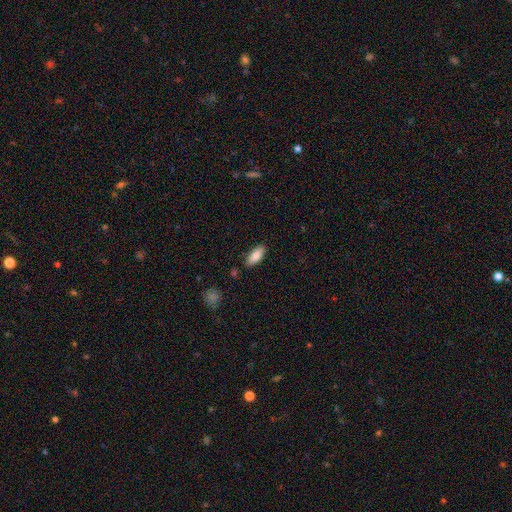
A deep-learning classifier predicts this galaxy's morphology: The model was most divided on "how rounded": in between: 81%, cigar-shaped: 17%, round: 2%. More confident: merging — none (85%); smooth or featured — smooth (84%).